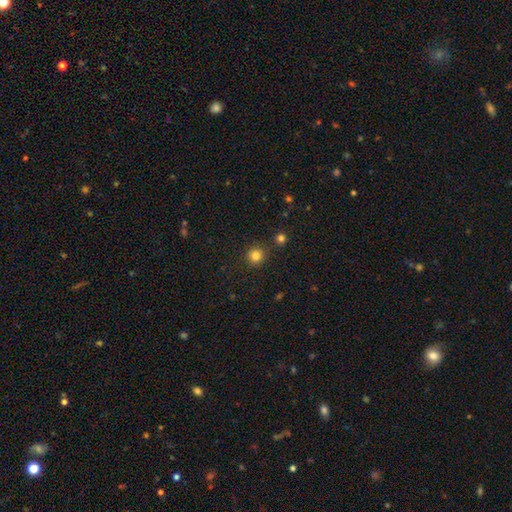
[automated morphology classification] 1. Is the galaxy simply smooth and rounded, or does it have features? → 81% smooth, 14% star or artifact, 5% featured or disk.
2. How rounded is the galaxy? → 93% round, 6% in between, 1% cigar-shaped.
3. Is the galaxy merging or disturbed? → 87% none, 7% minor disturbance, 4% merger, 2% major disturbance.